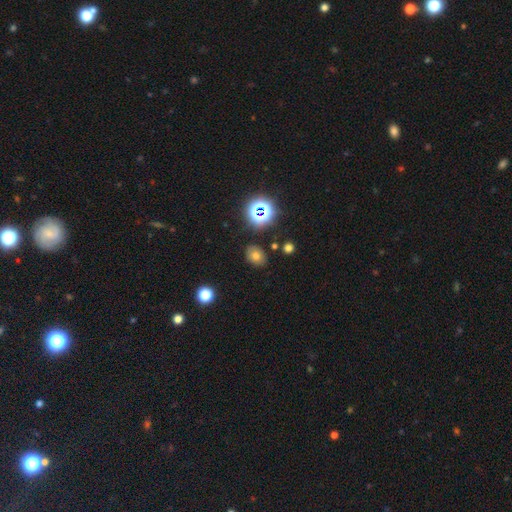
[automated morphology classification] The model was most divided on "how rounded": in between: 62%, round: 37%, cigar-shaped: 1%. More confident: merging — none (82%); smooth or featured — smooth (68%).